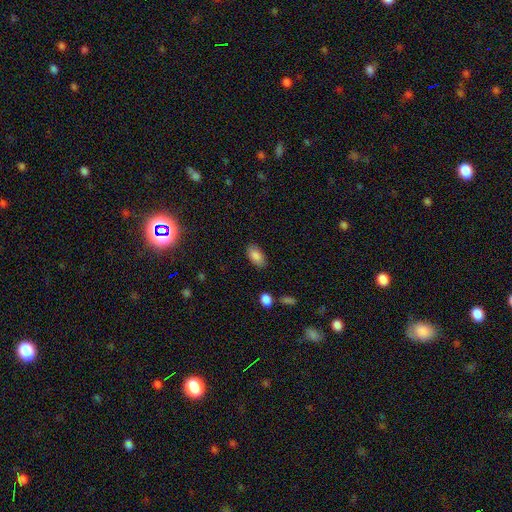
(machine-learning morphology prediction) Q: Smooth or featured?
A: smooth (87%); runner-up: star or artifact (8%)
Q: How rounded?
A: in between (93%); runner-up: round (4%)
Q: Merging?
A: none (85%); runner-up: minor disturbance (11%)